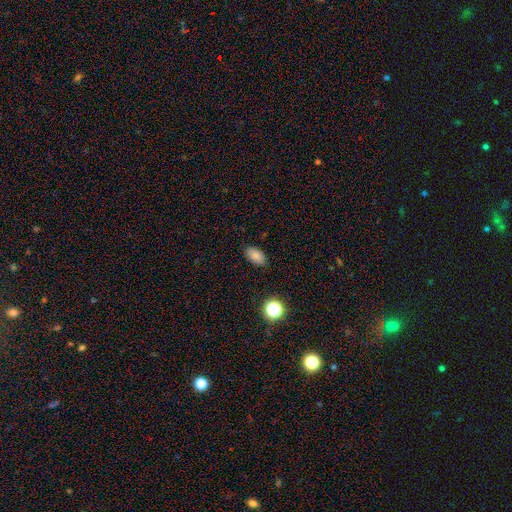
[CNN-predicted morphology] smooth 81%, star or artifact 11%, featured or disk 8%. Down the decision tree: how rounded — in between (91%); merging — none (85%).